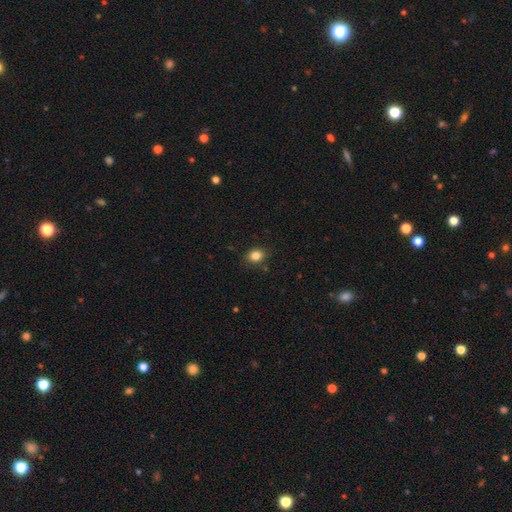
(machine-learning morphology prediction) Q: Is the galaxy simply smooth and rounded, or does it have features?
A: smooth — 84%.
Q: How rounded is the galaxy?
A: round — 56%.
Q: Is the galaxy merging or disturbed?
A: none — 86%.